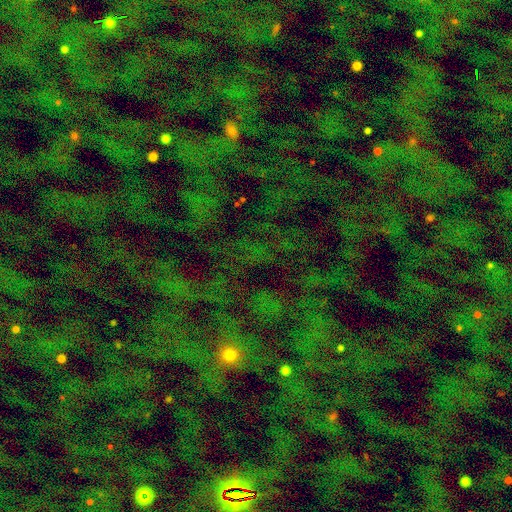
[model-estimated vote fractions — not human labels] smooth_or_featured: star or artifact (p=0.71) [alt: smooth p=0.20]